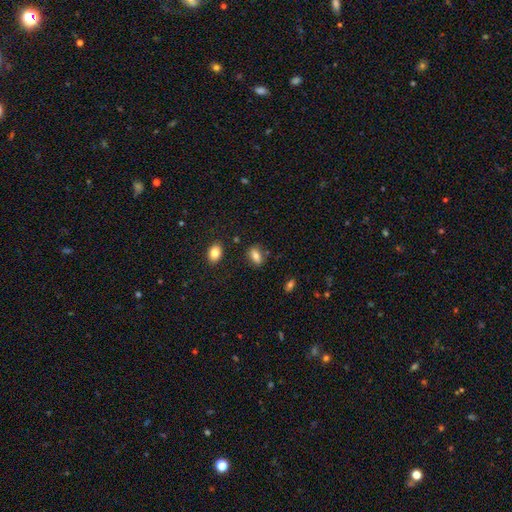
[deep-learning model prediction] Smooth or featured? smooth (79%)
How rounded? in between (85%)
Merging? none (80%)